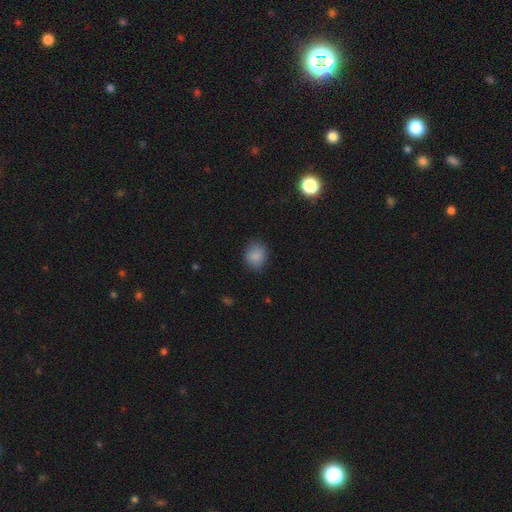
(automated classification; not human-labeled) smooth_or_featured: smooth (p=0.85) [alt: star or artifact p=0.09]
how_rounded: round (p=0.64) [alt: in between p=0.35]
merging: none (p=0.77) [alt: minor disturbance p=0.18]